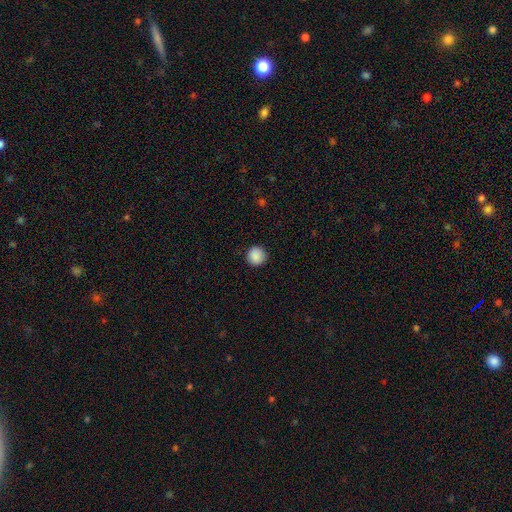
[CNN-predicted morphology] type=smooth (89%); roundness=round (96%); merging=none (92%).